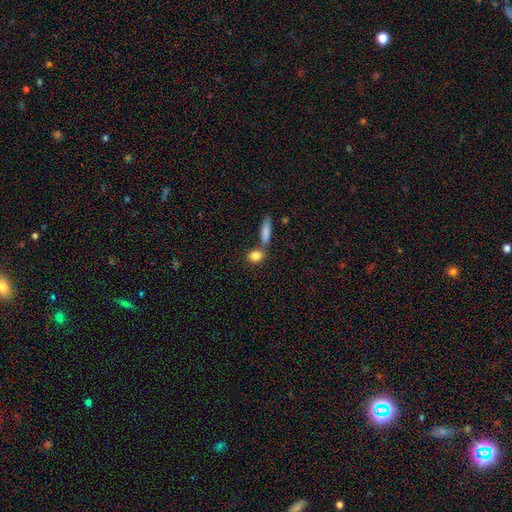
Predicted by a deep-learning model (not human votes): Morphology: type=smooth (84%); roundness=in between (49%); merging=none (59%).